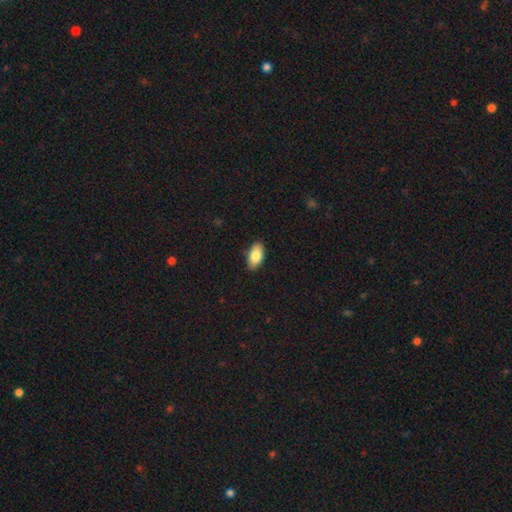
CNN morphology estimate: The model was most divided on "smooth or featured": smooth: 84%, featured or disk: 10%, star or artifact: 7%. More confident: how rounded — in between (93%); merging — none (87%).